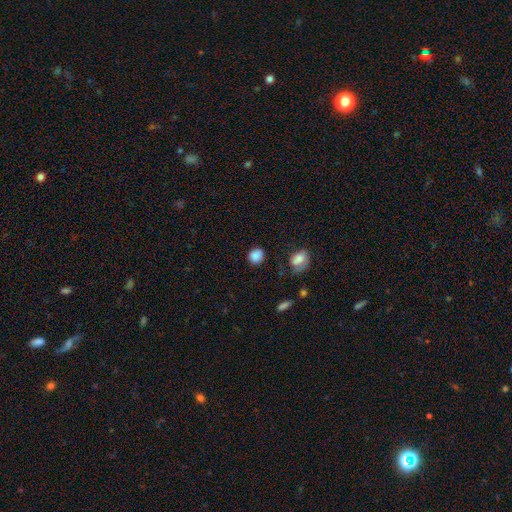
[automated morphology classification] smooth-or-featured: smooth: 86% | star or artifact: 10% | featured or disk: 4%
  how-rounded: round: 79% | in between: 20% | cigar-shaped: 1%
  merging: none: 81% | minor disturbance: 12% | major disturbance: 4% | merger: 3%